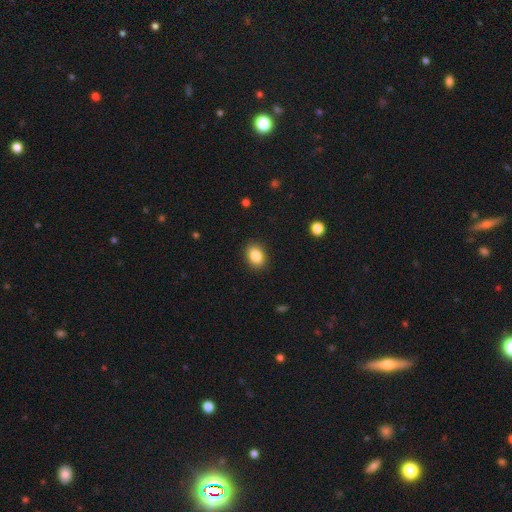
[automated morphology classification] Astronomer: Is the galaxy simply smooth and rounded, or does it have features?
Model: smooth — 87%.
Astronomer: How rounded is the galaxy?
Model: in between — 71%.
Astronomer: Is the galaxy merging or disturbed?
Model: none — 89%.